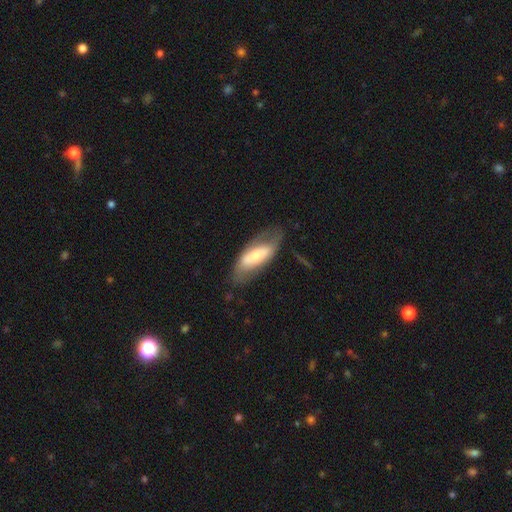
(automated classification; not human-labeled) The model was most divided on "smooth or featured": featured or disk: 50%, smooth: 43%, star or artifact: 7%. More confident: merging — none (63%).